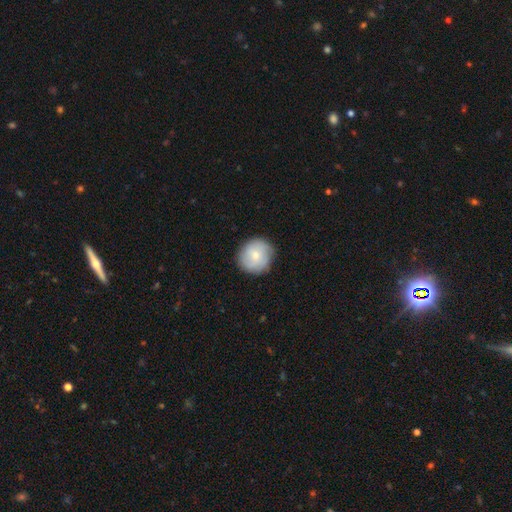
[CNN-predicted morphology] This is likely a smooth galaxy (70%). How rounded: clearly round (92%). Merging: clearly none (82%).